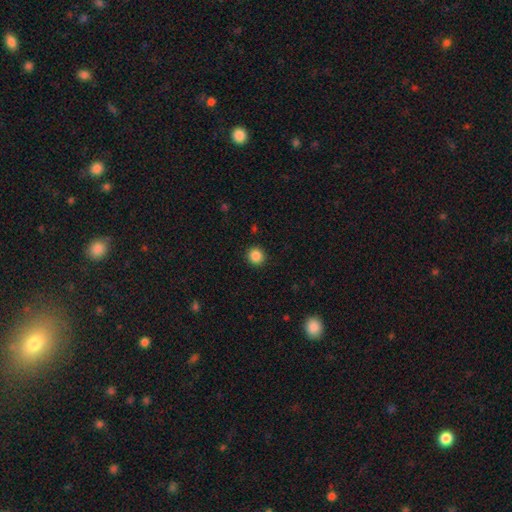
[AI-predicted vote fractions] A smooth galaxy with no disk features (87%) that is round (93%). Merging: none (92%).